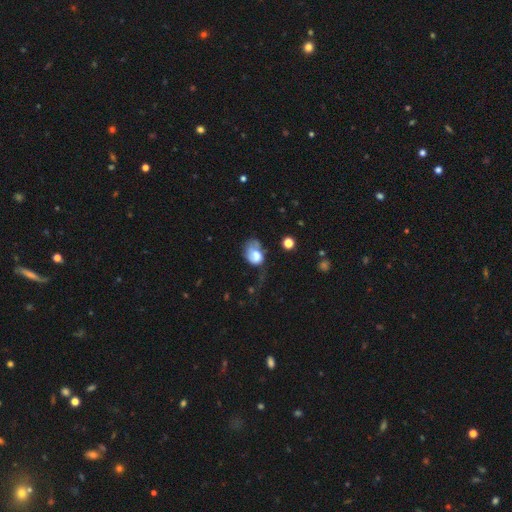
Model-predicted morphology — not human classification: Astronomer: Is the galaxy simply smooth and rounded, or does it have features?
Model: smooth — 64%.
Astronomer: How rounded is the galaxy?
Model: in between — 72%.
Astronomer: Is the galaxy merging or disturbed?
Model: major disturbance — 38% (runner-up: minor disturbance, 29%).